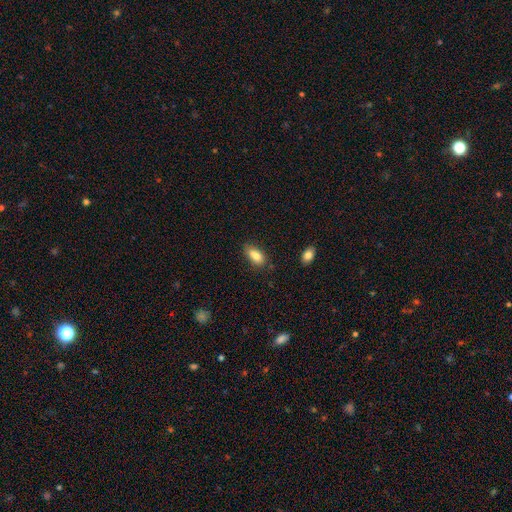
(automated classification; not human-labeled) This appears to be a smooth galaxy with no disk features (82%) that is in between round and cigar-shaped (89%). Merging: none (67%).